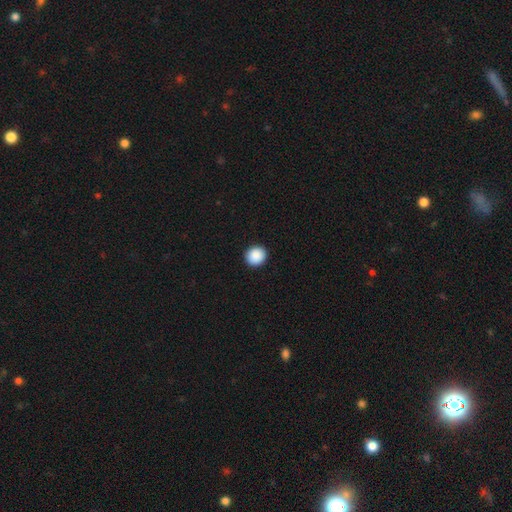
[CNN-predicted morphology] Smooth or featured? Predicted: smooth (p=0.89). How rounded? Predicted: round (p=0.89). Merging? Predicted: none (p=0.93).